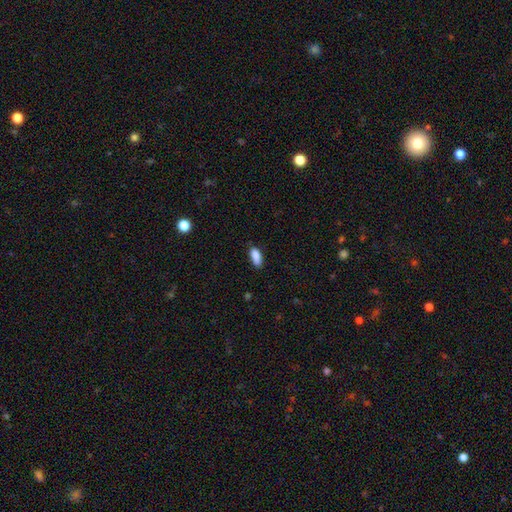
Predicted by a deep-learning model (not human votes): A smooth galaxy with no disk features (86%) that is in between round and cigar-shaped (83%).

Vote fractions:
- Smooth or featured? smooth: 86% / star or artifact: 8% / featured or disk: 6%
- How rounded? in between: 83% / cigar-shaped: 14% / round: 3%
- Merging? none: 68% / minor disturbance: 25% / major disturbance: 4% / merger: 2%